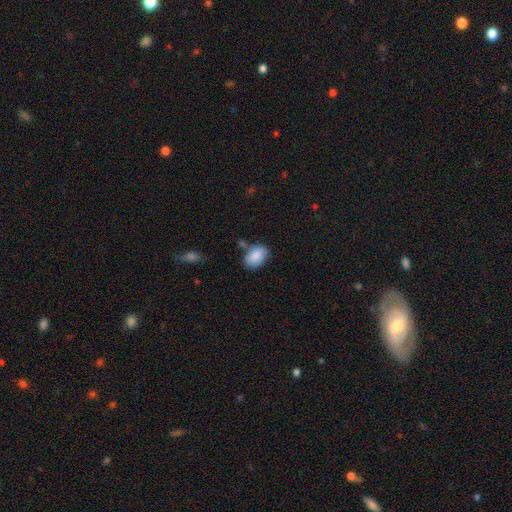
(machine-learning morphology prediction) Smooth or featured? smooth (87%)
How rounded? in between (85%)
Merging? none (68%)